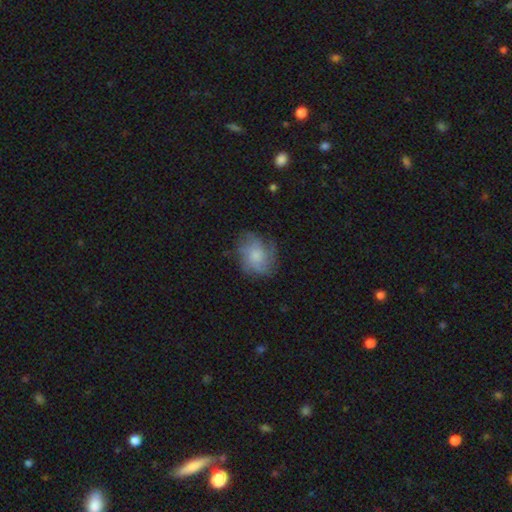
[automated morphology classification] This appears to be a smooth galaxy with no disk features (49%). Merging: none (66%).